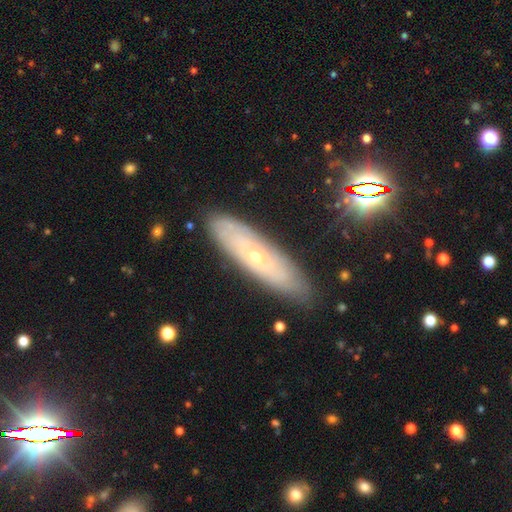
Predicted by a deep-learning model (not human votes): Smooth or featured? featured or disk (63%)
Edge-on disk? no (66%)
Merging? none (83%)